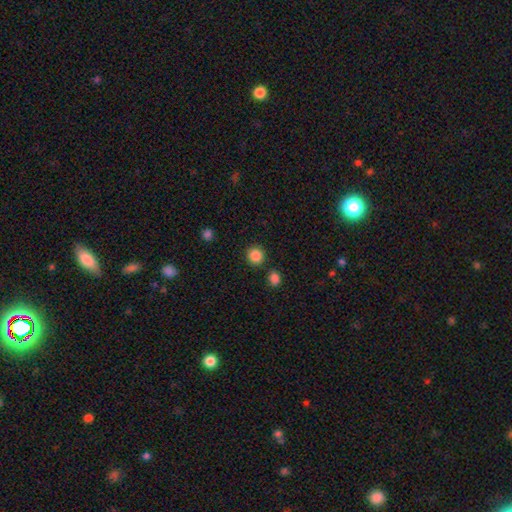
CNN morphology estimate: smooth-or-featured: smooth: 86% | star or artifact: 11% | featured or disk: 3%
  how-rounded: round: 90% | in between: 9% | cigar-shaped: 1%
  merging: none: 86% | minor disturbance: 7% | merger: 5% | major disturbance: 2%